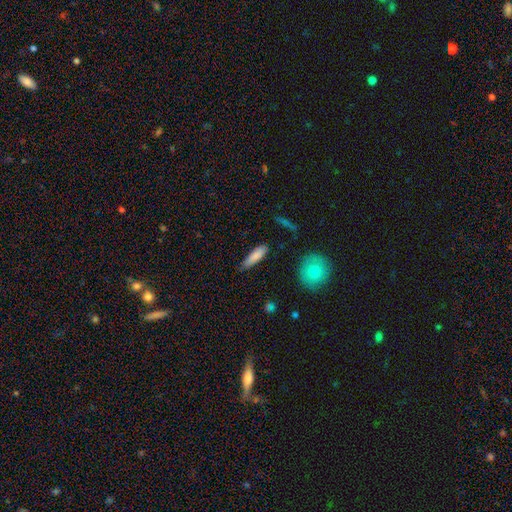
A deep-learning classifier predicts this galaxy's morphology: Smooth or featured? Predicted: smooth (p=0.83). How rounded? Predicted: cigar-shaped (p=0.66). Merging? Predicted: none (p=0.80).